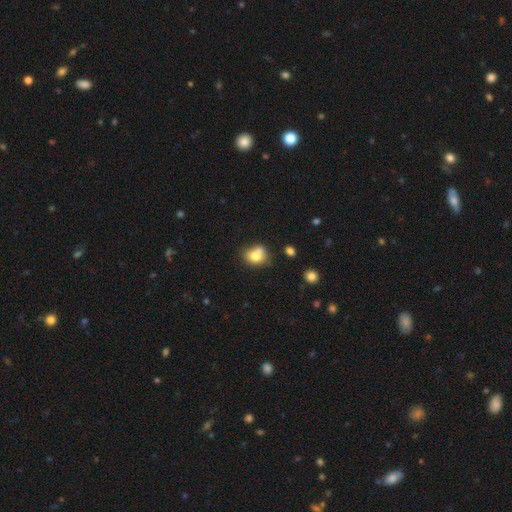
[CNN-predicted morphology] Smooth or featured? smooth (75%)
How rounded? round (59%)
Merging? none (44%)